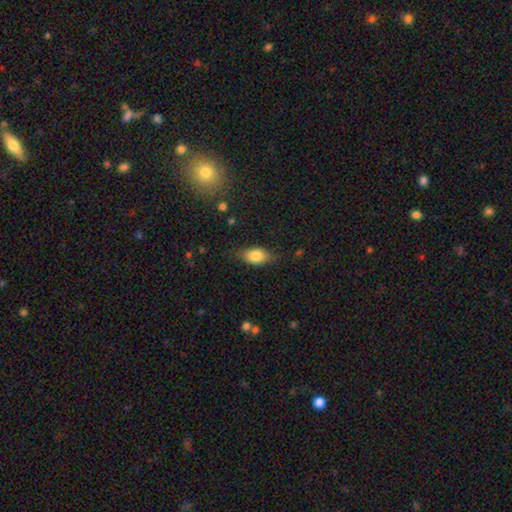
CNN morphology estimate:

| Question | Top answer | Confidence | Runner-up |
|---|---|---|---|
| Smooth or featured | smooth | 77% | featured or disk (14%) |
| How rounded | in between | 85% | round (9%) |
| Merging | none | 75% | minor disturbance (19%) |